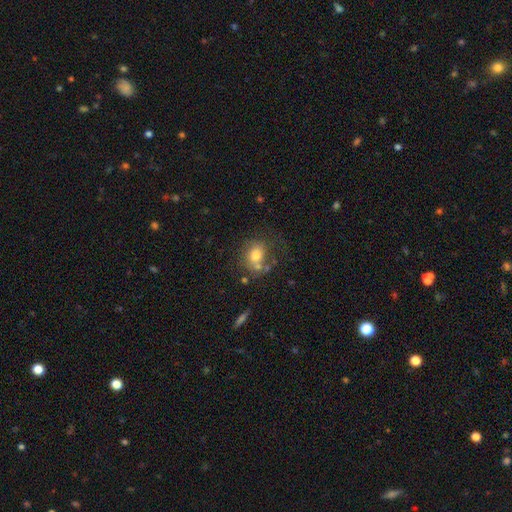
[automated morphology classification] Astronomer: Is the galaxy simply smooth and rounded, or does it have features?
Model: smooth — 72%.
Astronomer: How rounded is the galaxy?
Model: round — 54% (runner-up: in between, 45%).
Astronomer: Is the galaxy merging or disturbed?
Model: none — 53%.